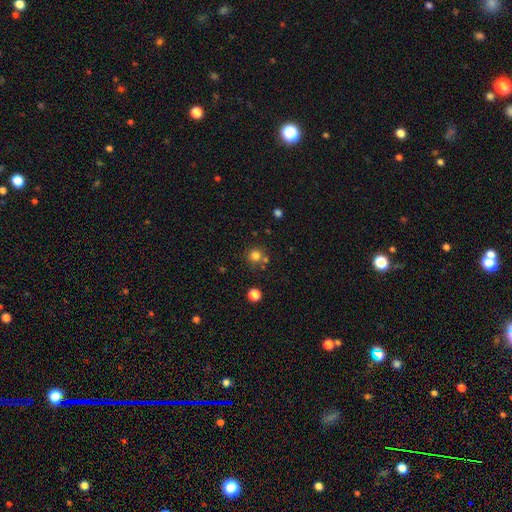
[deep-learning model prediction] smooth 78%, star or artifact 15%, featured or disk 6%. Down the decision tree: how rounded — round (92%); merging — none (71%).